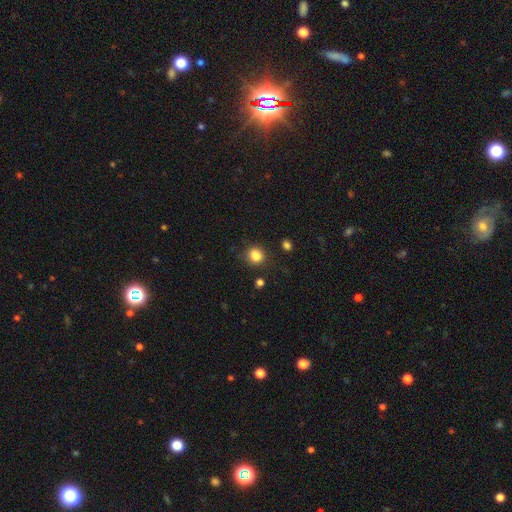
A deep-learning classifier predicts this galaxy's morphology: type=smooth (84%); roundness=round (64%); merging=none (74%).